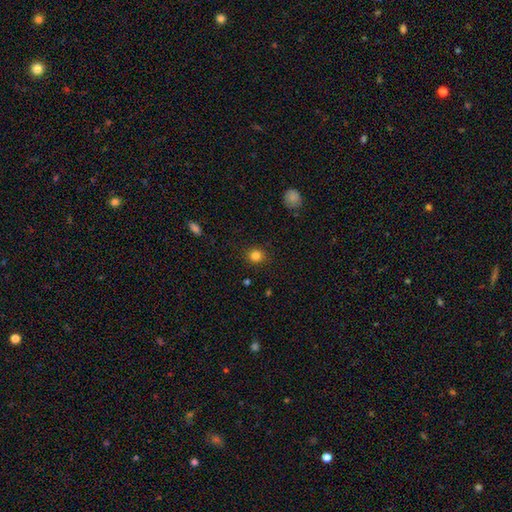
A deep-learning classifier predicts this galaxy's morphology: Q: Smooth or featured?
A: smooth (83%); runner-up: star or artifact (12%)
Q: How rounded?
A: round (86%); runner-up: in between (13%)
Q: Merging?
A: none (89%); runner-up: minor disturbance (7%)